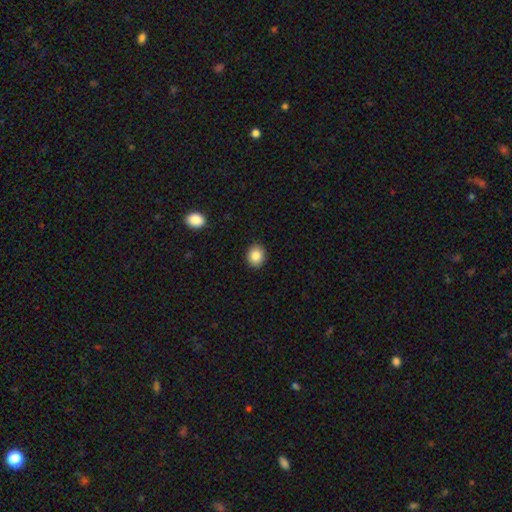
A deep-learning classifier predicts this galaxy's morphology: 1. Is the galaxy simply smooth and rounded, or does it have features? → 86% smooth, 9% star or artifact, 6% featured or disk.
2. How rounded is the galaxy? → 64% round, 35% in between, 1% cigar-shaped.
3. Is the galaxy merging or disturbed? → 91% none, 6% minor disturbance, 2% major disturbance, 1% merger.